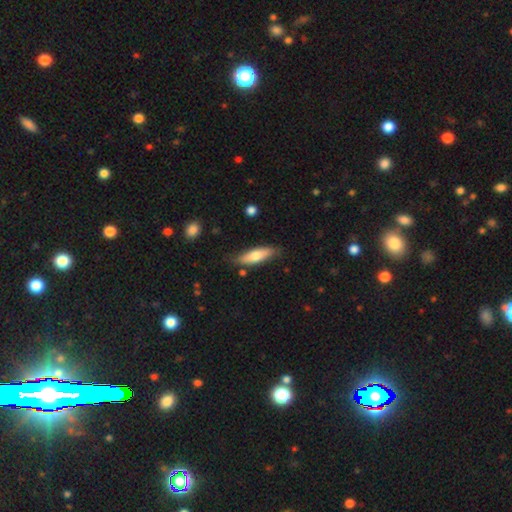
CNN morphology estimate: This is likely a smooth galaxy (67%). How rounded: possibly cigar-shaped (52%). Merging: likely none (78%).